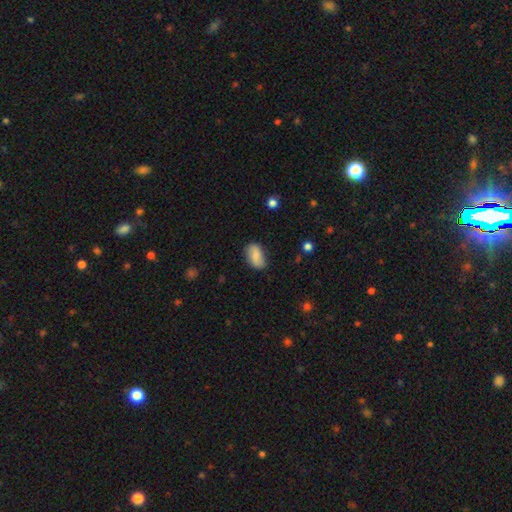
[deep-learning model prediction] smooth-or-featured: smooth: 74% | featured or disk: 19% | star or artifact: 7%
  how-rounded: in between: 91% | round: 7% | cigar-shaped: 3%
  merging: none: 76% | minor disturbance: 19% | major disturbance: 4% | merger: 2%